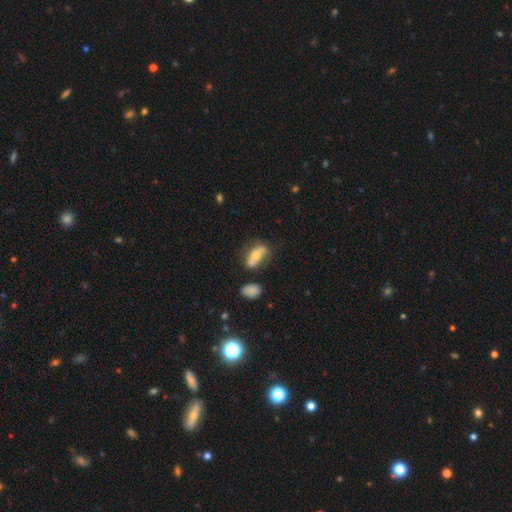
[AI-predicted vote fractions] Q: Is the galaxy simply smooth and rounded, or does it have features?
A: smooth — 55%.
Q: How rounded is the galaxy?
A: in between — 75%.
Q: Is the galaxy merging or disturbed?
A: none — 48%.